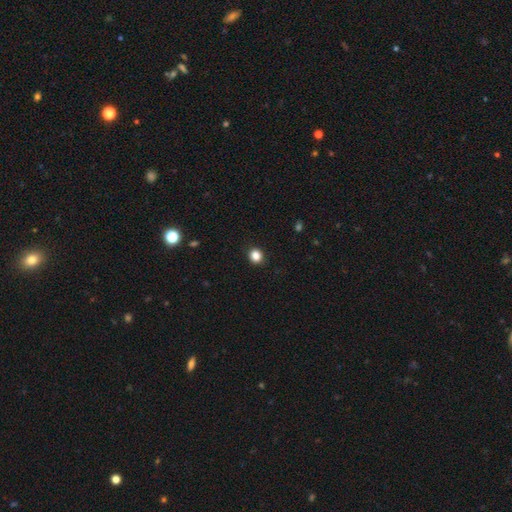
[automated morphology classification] A smooth galaxy with no disk features (85%) that is round (80%).

Vote fractions:
- Smooth or featured? smooth: 85% / star or artifact: 12% / featured or disk: 3%
- How rounded? round: 80% / in between: 19% / cigar-shaped: 1%
- Merging? none: 91% / minor disturbance: 6% / major disturbance: 2% / merger: 1%